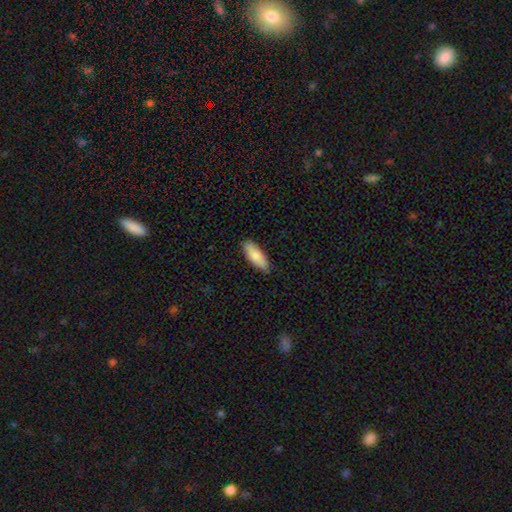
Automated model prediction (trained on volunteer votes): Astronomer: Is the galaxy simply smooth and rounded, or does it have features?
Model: smooth — 84%.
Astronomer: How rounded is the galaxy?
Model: in between — 72%.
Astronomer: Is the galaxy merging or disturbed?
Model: none — 85%.